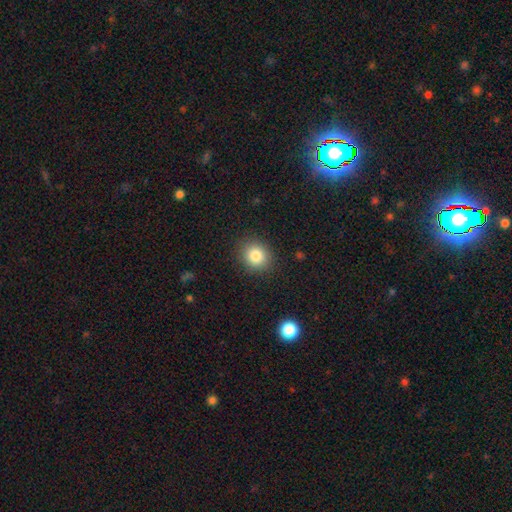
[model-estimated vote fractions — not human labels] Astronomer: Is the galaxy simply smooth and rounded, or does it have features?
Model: smooth — 84%.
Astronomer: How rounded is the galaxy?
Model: round — 79%.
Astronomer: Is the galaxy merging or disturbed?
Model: none — 88%.